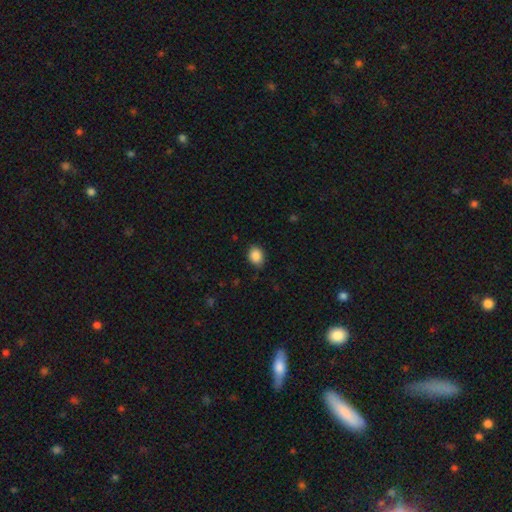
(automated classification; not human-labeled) Smooth or featured? smooth (88%)
How rounded? in between (54%)
Merging? none (83%)